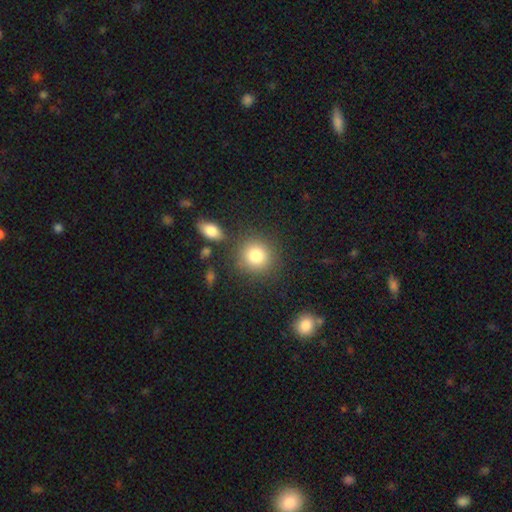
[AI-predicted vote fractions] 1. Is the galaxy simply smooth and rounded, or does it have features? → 83% smooth, 10% star or artifact, 8% featured or disk.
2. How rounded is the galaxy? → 87% round, 12% in between, 1% cigar-shaped.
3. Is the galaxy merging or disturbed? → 80% none, 9% minor disturbance, 7% merger, 4% major disturbance.